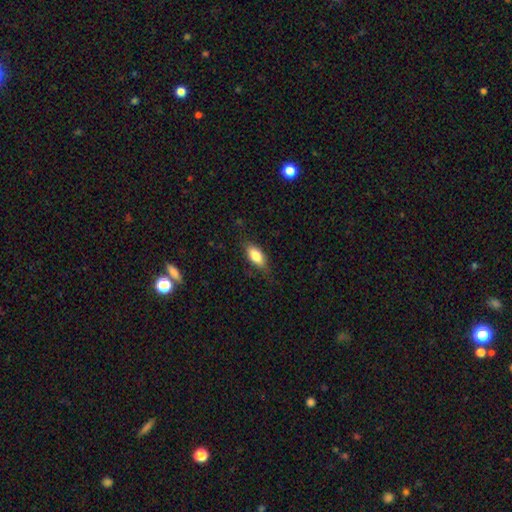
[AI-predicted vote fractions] Q: Smooth or featured?
A: smooth (78%); runner-up: featured or disk (15%)
Q: How rounded?
A: in between (84%); runner-up: cigar-shaped (12%)
Q: Merging?
A: none (75%); runner-up: minor disturbance (19%)